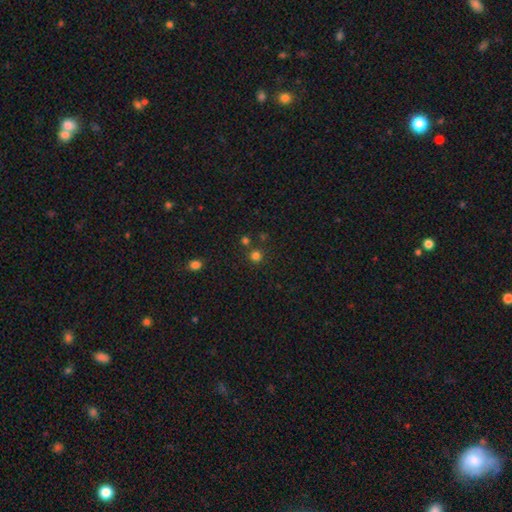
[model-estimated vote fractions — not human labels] Smooth or featured? smooth (76%)
How rounded? round (93%)
Merging? none (80%)